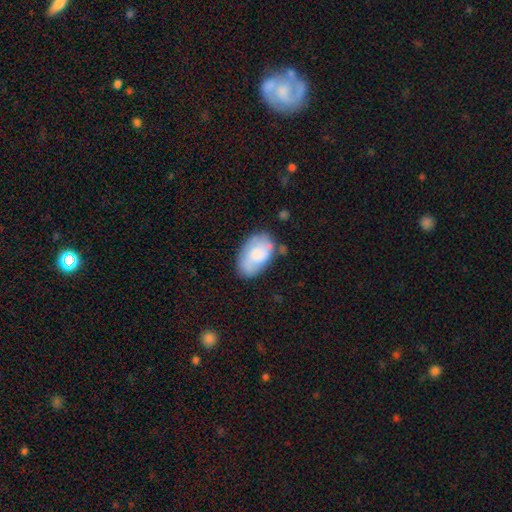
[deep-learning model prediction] Smooth or featured?
  - smooth: 65% *
  - featured or disk: 28%
  - star or artifact: 7%
How rounded?
  - in between: 92% *
  - round: 7%
  - cigar-shaped: 1%
Merging?
  - none: 59% *
  - minor disturbance: 25%
  - major disturbance: 8%
  - merger: 7%